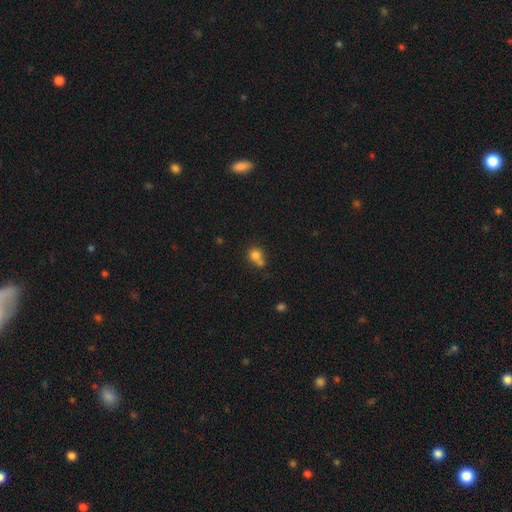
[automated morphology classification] smooth-or-featured: smooth: 78% | star or artifact: 12% | featured or disk: 10%
  how-rounded: round: 79% | in between: 20% | cigar-shaped: 1%
  merging: merger: 43% | none: 40% | minor disturbance: 12% | major disturbance: 5%